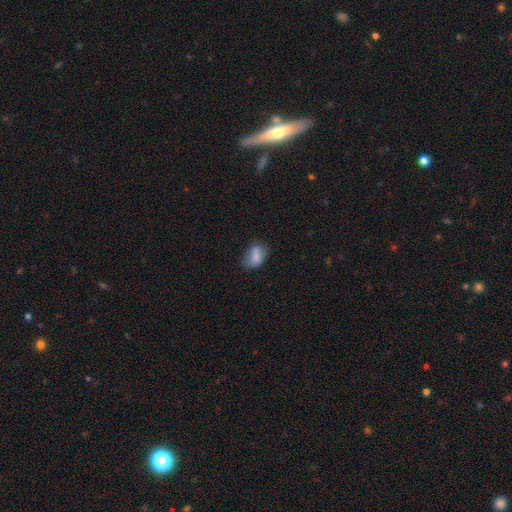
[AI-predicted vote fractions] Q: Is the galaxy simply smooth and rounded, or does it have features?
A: smooth — 77%.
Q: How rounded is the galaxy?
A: in between — 82%.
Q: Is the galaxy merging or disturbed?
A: none — 57%.